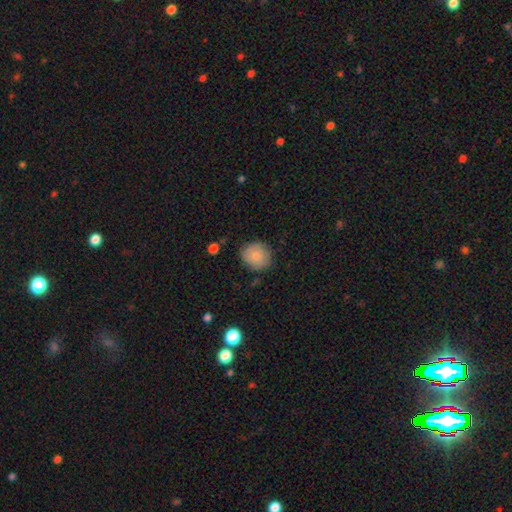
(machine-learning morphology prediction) The model was most divided on "how rounded": round: 79%, in between: 20%, cigar-shaped: 1%. More confident: smooth or featured — smooth (83%); merging — none (80%).